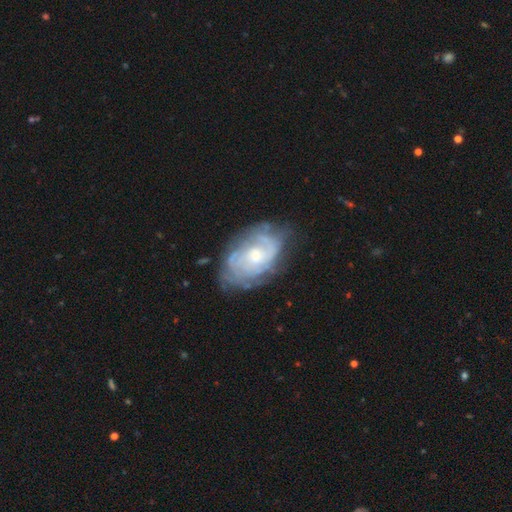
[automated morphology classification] The model was most divided on "bulge size": moderate: 49%, small: 40%, large: 6%, none: 4%, dominant: 1%. More confident: edge-on disk — no (96%); spiral arms — yes (86%); smooth or featured — featured or disk (77%); bar — no (72%); merging — none (67%); spiral winding — tight (64%); spiral arm count — can't tell (52%).